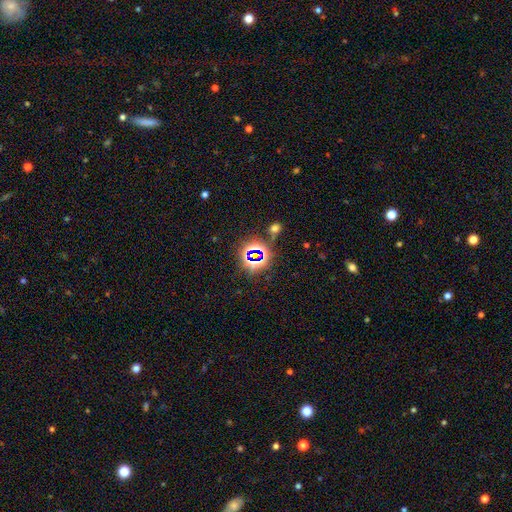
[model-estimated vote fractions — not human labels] Smooth or featured? Predicted: star or artifact (p=0.74).